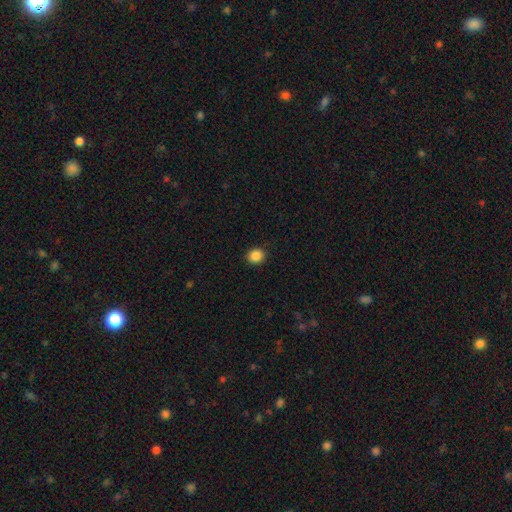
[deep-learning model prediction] A smooth galaxy with no disk features (87%) that is round (80%). Merging: none (91%).